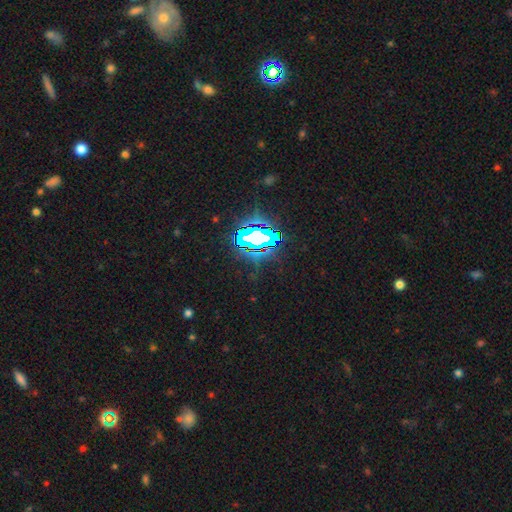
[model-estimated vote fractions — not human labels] smooth_or_featured: star or artifact (p=0.78) [alt: smooth p=0.14]